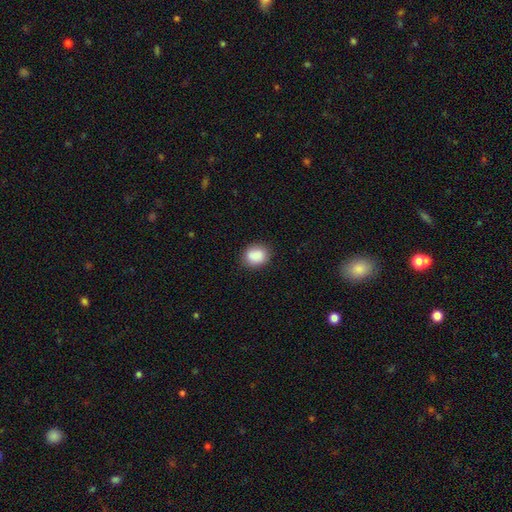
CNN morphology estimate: Overall: smooth (88%). How rounded: round (58%; in between 41%). Merging: none (85%).